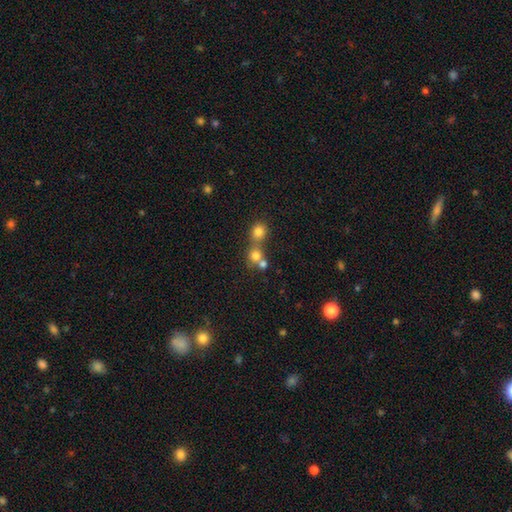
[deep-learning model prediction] Morphology: type=smooth (75%); roundness=round (86%); merging=merger (51%).